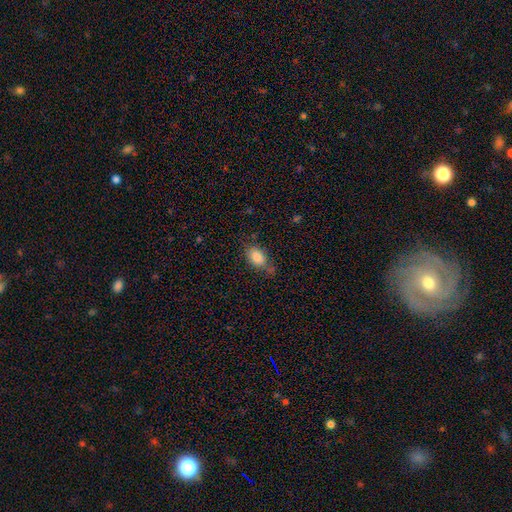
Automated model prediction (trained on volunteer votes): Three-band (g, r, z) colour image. It shows a smooth galaxy with no disk features (83%) that is in between round and cigar-shaped (84%). Merging: none (61%).